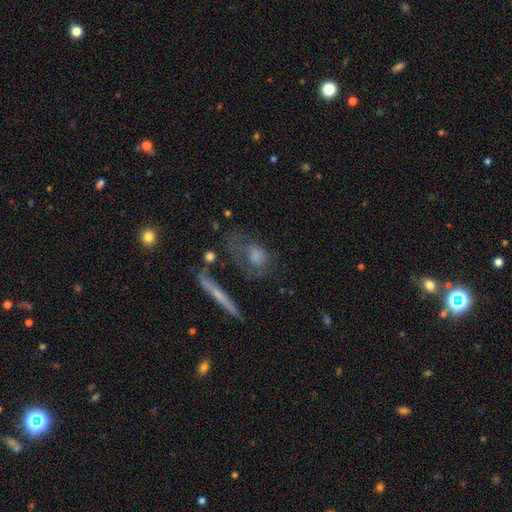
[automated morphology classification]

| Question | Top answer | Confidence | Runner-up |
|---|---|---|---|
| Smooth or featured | smooth | 43% | featured or disk (42%) |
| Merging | none | 43% | major disturbance (28%) |